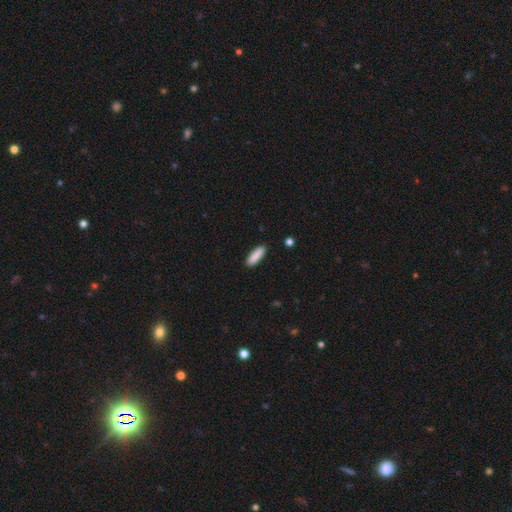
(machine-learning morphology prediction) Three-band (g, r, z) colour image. It shows a smooth galaxy with no disk features (89%) that is cigar-shaped (59%). Merging: none (89%).